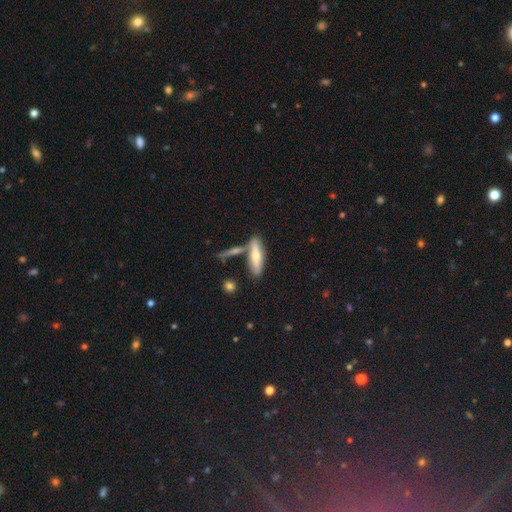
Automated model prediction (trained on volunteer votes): Smooth or featured?
  - smooth: 51% *
  - featured or disk: 43%
  - star or artifact: 6%
How rounded?
  - cigar-shaped: 58% *
  - in between: 39%
  - round: 2%
Merging?
  - none: 61% *
  - merger: 21%
  - minor disturbance: 14%
  - major disturbance: 4%